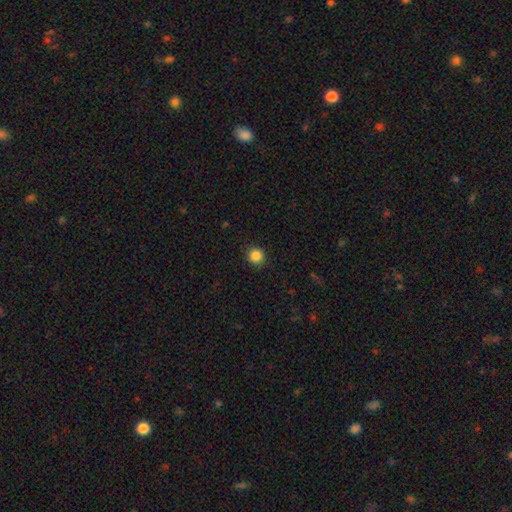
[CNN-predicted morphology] type=smooth (87%); roundness=round (94%); merging=none (90%).